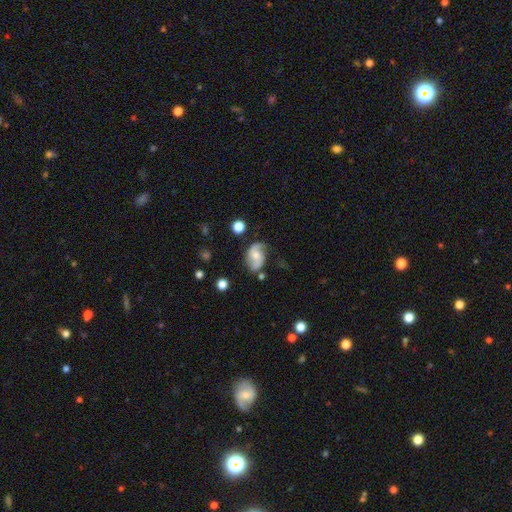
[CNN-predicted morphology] type=featured or disk (70%); edge-on=no (97%); bar=no (59%); spiral arms=yes (91%); winding=loose (51%); arm count=2 (87%); bulge=moderate (52%); merging=none (63%).